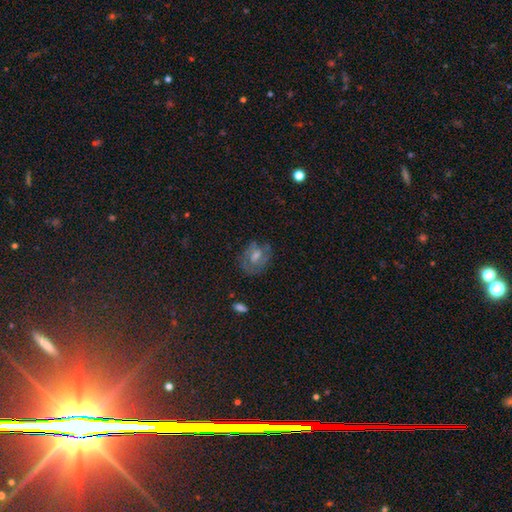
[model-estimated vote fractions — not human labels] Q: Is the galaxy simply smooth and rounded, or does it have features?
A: featured or disk — 50%.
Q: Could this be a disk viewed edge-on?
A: no — 96%.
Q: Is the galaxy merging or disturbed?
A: none — 70%.